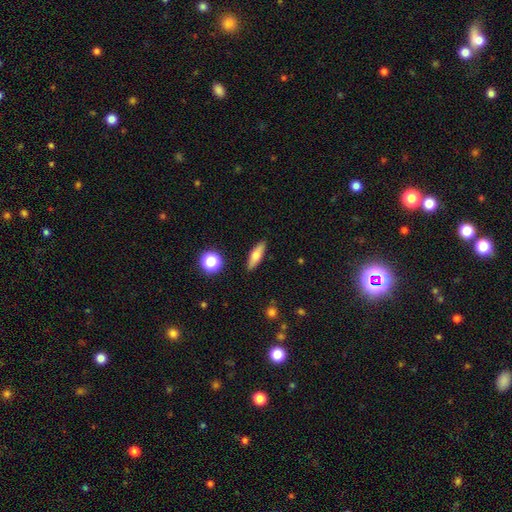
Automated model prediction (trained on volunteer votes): A smooth galaxy with no disk features (62%) that is cigar-shaped (55%).

Vote fractions:
- Smooth or featured? smooth: 62% / featured or disk: 30% / star or artifact: 8%
- How rounded? cigar-shaped: 55% / in between: 40% / round: 4%
- Merging? none: 89% / minor disturbance: 8% / major disturbance: 2% / merger: 2%